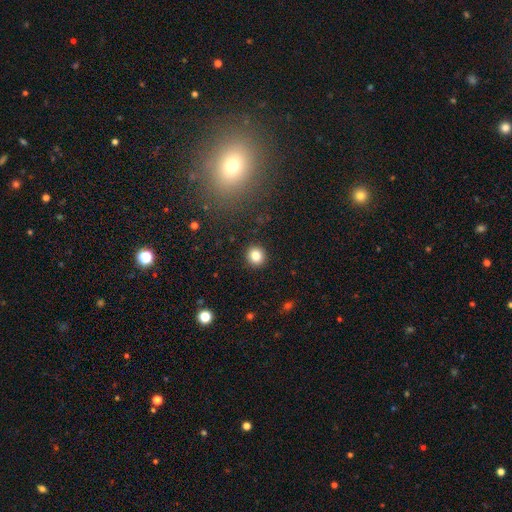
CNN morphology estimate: smooth_or_featured: smooth (p=0.84) [alt: star or artifact p=0.10]
how_rounded: round (p=0.87) [alt: in between p=0.12]
merging: none (p=0.92) [alt: minor disturbance p=0.05]